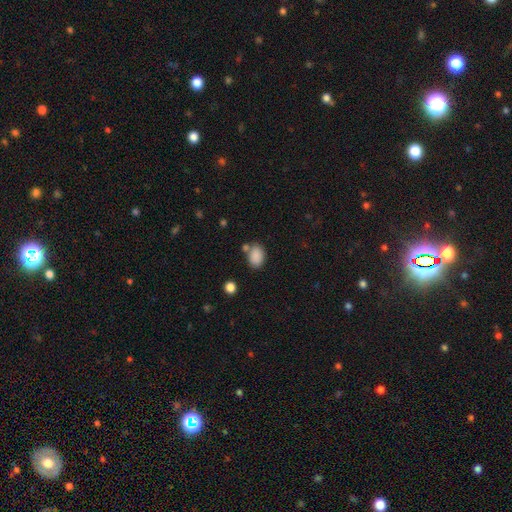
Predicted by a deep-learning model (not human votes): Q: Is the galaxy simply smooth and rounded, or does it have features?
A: smooth — 87%.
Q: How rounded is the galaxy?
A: in between — 81%.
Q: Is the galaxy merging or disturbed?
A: none — 65%.